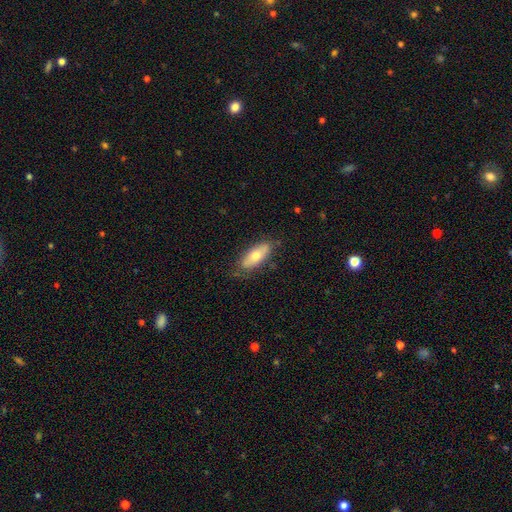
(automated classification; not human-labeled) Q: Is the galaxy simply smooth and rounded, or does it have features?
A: smooth — 63%.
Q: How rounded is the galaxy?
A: in between — 74%.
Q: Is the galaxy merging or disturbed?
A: none — 76%.